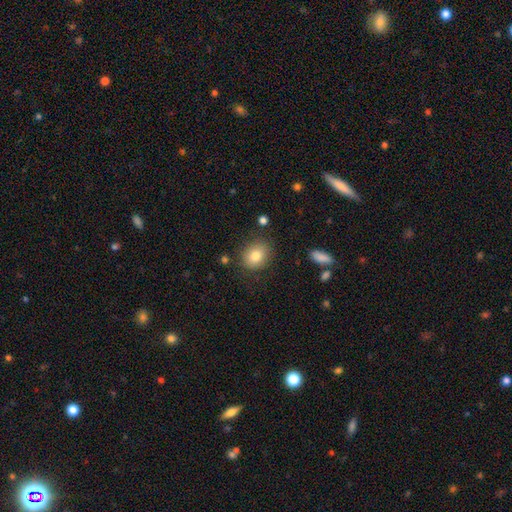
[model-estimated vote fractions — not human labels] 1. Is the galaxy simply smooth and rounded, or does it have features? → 81% smooth, 9% featured or disk, 9% star or artifact.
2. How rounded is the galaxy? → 57% round, 42% in between, 1% cigar-shaped.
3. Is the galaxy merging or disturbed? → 81% none, 13% minor disturbance, 4% major disturbance, 2% merger.